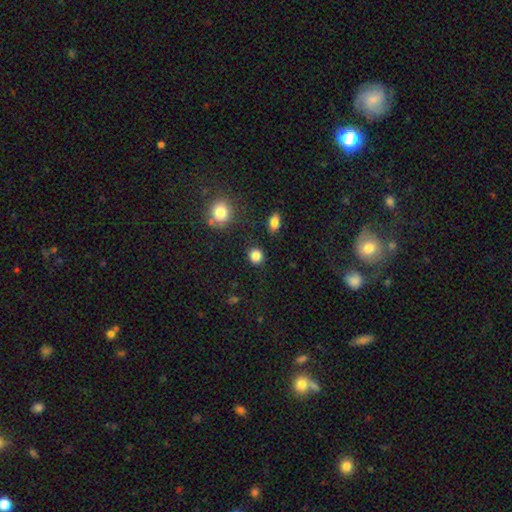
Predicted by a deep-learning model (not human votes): Smooth or featured? smooth (86%)
How rounded? round (84%)
Merging? none (87%)